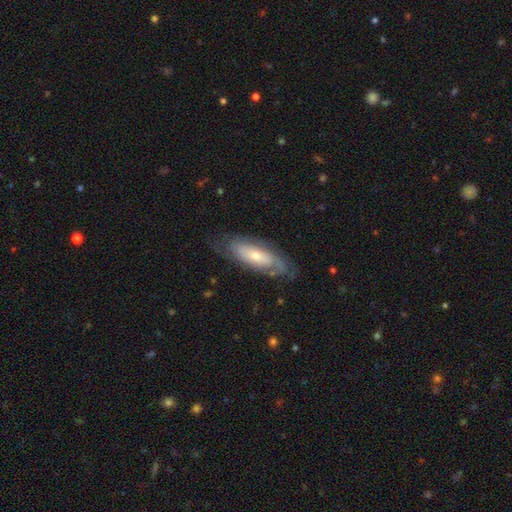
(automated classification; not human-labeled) Smooth or featured: featured or disk — 63% (smooth — 31%)
Edge-on disk: no — 81% (yes — 19%)
Bar: no — 71% (weak — 22%)
Spiral arms: yes — 77% (no — 23%)
Bulge size: small — 55% (moderate — 37%)
Merging: none — 70% (minor disturbance — 20%)